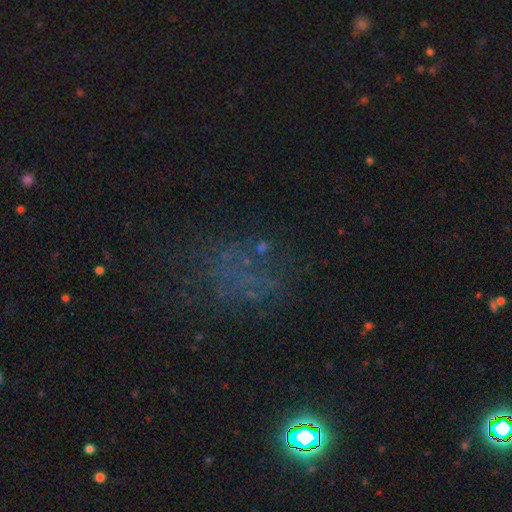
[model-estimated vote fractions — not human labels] Smooth or featured: star or artifact — 47% (smooth — 31%)